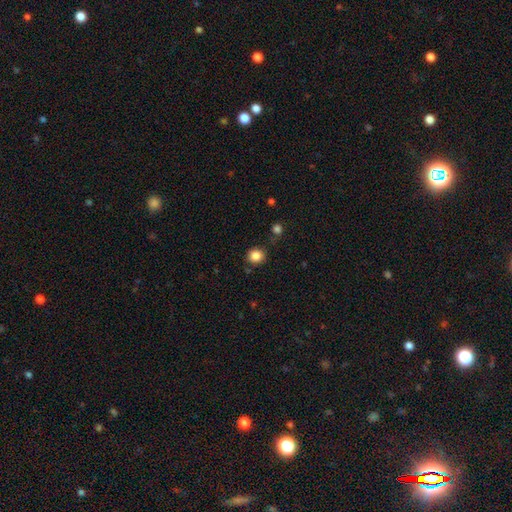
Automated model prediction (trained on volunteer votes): smooth-or-featured: smooth: 85% | star or artifact: 11% | featured or disk: 4%
  how-rounded: round: 85% | in between: 14% | cigar-shaped: 1%
  merging: none: 83% | minor disturbance: 10% | merger: 4% | major disturbance: 3%